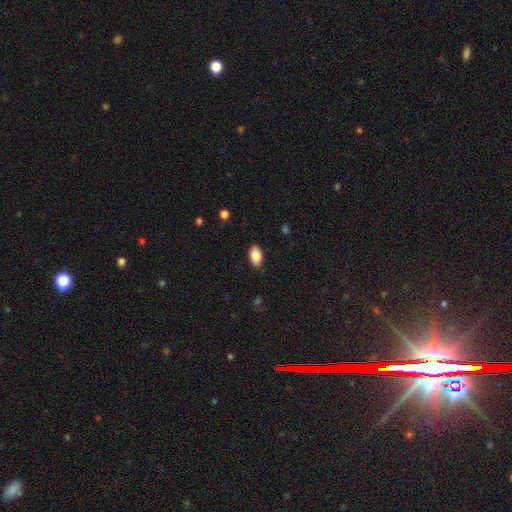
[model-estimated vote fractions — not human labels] Smooth or featured? Predicted: smooth (p=0.87). How rounded? Predicted: in between (p=0.94). Merging? Predicted: none (p=0.87).